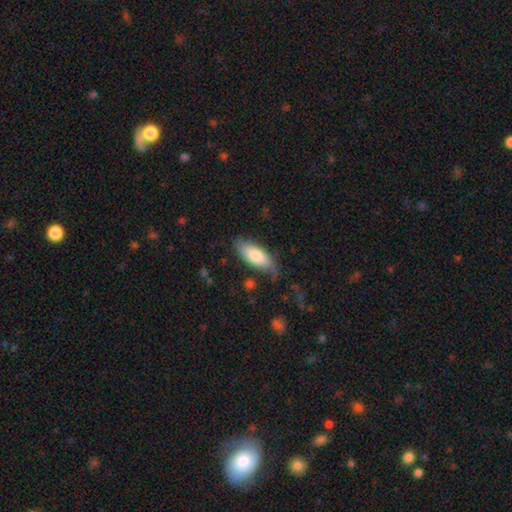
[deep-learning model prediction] Smooth or featured? Predicted: smooth (p=0.78). How rounded? Predicted: in between (p=0.81). Merging? Predicted: none (p=0.69).